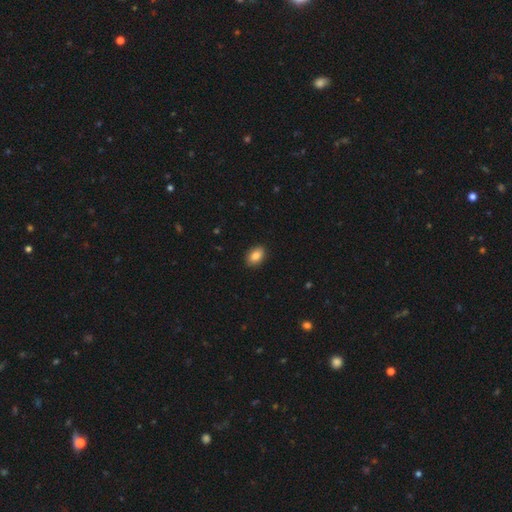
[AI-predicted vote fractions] Smooth or featured? smooth (87%)
How rounded? in between (86%)
Merging? none (89%)